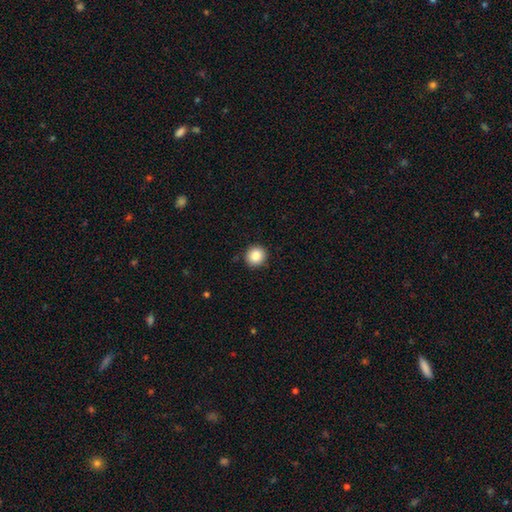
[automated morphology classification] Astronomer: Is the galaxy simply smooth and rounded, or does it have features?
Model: smooth — 86%.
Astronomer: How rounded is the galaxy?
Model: round — 93%.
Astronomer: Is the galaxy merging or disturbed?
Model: none — 91%.